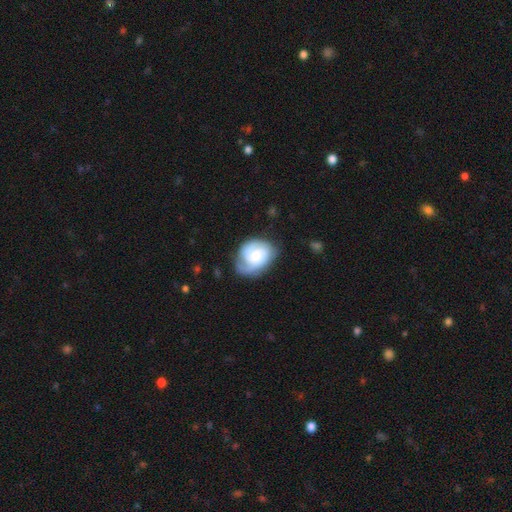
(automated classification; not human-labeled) A featured or disk galaxy (70%) with no bar (63%), 2 (48%) tight (51%) spiral arms (93%) and a moderate central bulge (45%).

Vote fractions:
- Smooth or featured? featured or disk: 70% / smooth: 24% / star or artifact: 6%
- Edge-on disk? no: 98% / yes: 2%
- Bar? no: 63% / weak: 32% / strong: 5%
- Spiral arms? yes: 93% / no: 7%
- Spiral winding? tight: 51% / medium: 37% / loose: 12%
- Spiral arm count? 2: 48% / can't tell: 20% / 3: 15% / 1: 12% / 4: 3% / more than 4: 2%
- Bulge size? moderate: 45% / small: 39% / large: 9% / none: 5% / dominant: 2%
- Merging? none: 59% / minor disturbance: 27% / major disturbance: 12% / merger: 2%